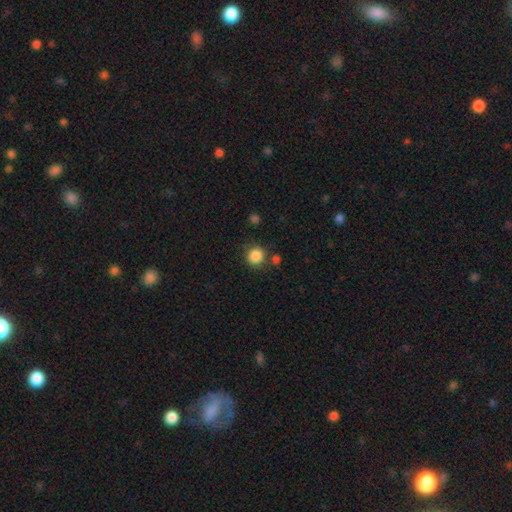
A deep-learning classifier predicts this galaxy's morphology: Smooth or featured? Predicted: smooth (p=0.86). How rounded? Predicted: round (p=0.92). Merging? Predicted: none (p=0.81).